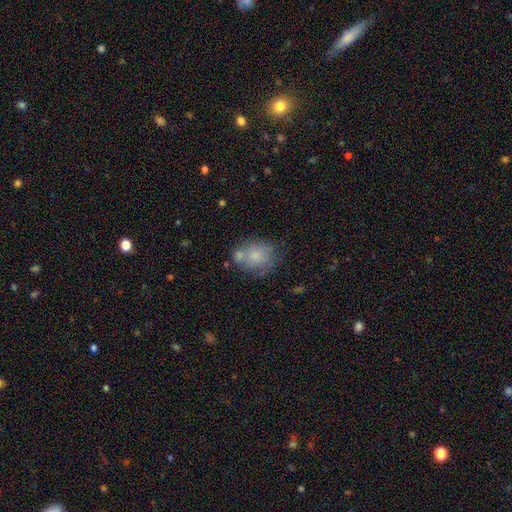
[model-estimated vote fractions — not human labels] Smooth or featured? smooth (71%)
How rounded? round (56%)
Merging? none (48%)